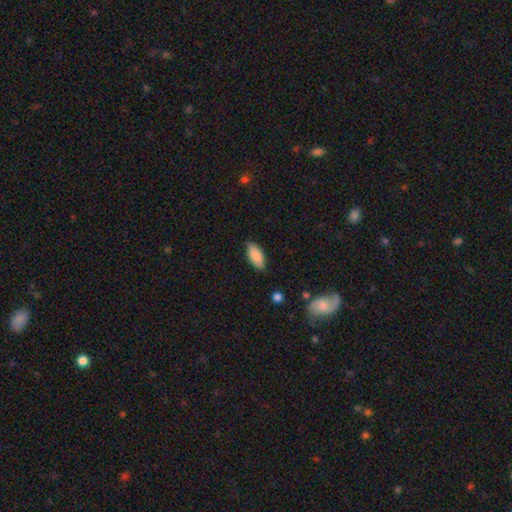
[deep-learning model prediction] A smooth galaxy with no disk features (87%) that is in between round and cigar-shaped (89%).

Vote fractions:
- Smooth or featured? smooth: 87% / featured or disk: 7% / star or artifact: 6%
- How rounded? in between: 89% / cigar-shaped: 9% / round: 2%
- Merging? none: 78% / minor disturbance: 18% / major disturbance: 3% / merger: 1%